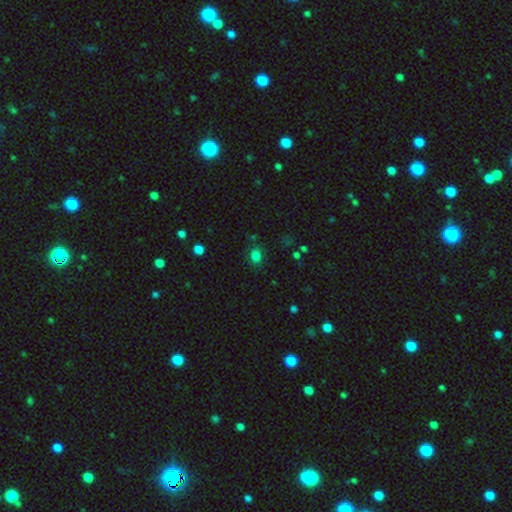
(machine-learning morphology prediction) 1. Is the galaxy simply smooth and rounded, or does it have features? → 79% smooth, 16% star or artifact, 5% featured or disk.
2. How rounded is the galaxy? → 51% round, 48% in between, 1% cigar-shaped.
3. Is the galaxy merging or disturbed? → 80% none, 13% minor disturbance, 4% major disturbance, 3% merger.